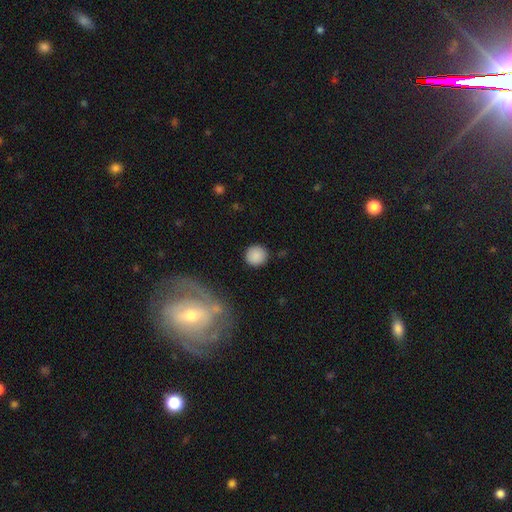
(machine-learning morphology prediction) Smooth or featured? Predicted: smooth (p=0.87). How rounded? Predicted: round (p=0.91). Merging? Predicted: none (p=0.87).